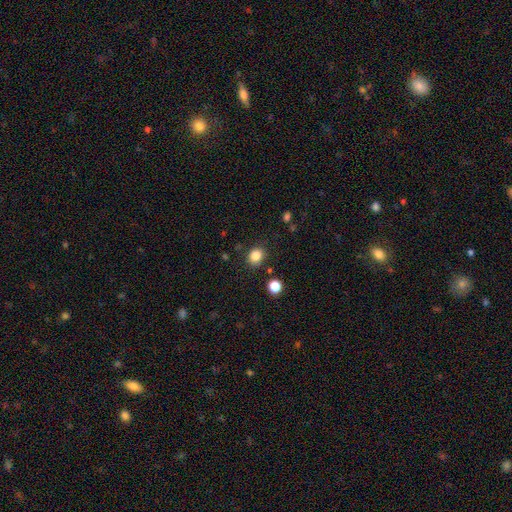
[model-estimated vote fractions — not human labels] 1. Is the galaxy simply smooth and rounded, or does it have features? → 84% smooth, 12% star or artifact, 4% featured or disk.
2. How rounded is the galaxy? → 63% round, 36% in between, 1% cigar-shaped.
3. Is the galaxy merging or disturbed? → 84% none, 10% minor disturbance, 3% merger, 3% major disturbance.